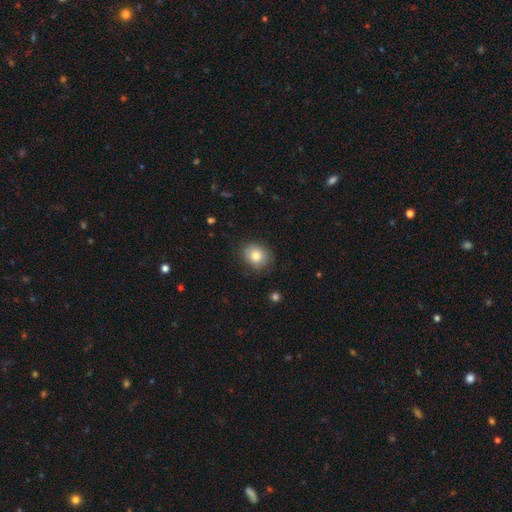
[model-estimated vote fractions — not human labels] Morphology: type=smooth (80%); roundness=round (65%); merging=none (81%).